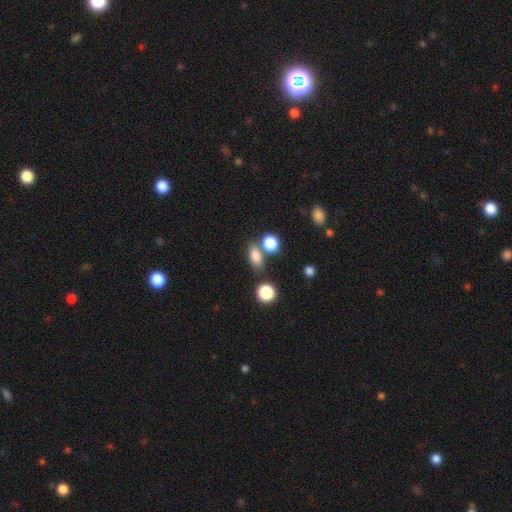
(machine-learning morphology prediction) A smooth galaxy with no disk features (82%) that is in between round and cigar-shaped (73%). Merging: none (60%).